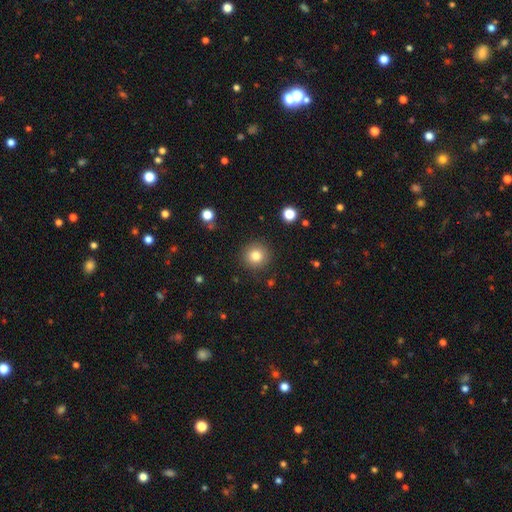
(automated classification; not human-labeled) The model was most divided on "smooth or featured": smooth: 81%, star or artifact: 11%, featured or disk: 8%. More confident: how rounded — round (94%); merging — none (90%).